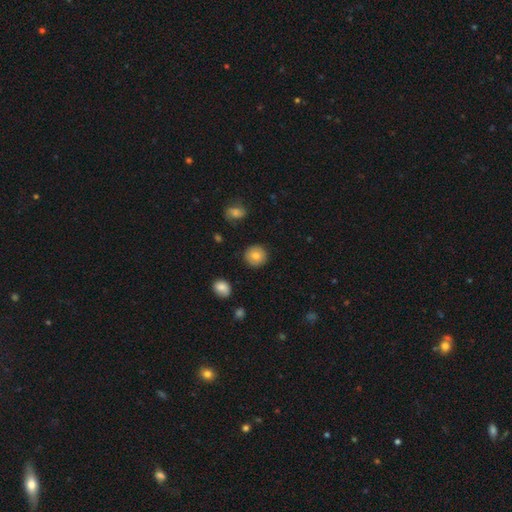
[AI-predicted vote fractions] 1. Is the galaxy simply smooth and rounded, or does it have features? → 80% smooth, 11% featured or disk, 9% star or artifact.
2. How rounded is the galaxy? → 92% round, 7% in between, 1% cigar-shaped.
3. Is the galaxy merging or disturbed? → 89% none, 8% minor disturbance, 2% major disturbance, 1% merger.